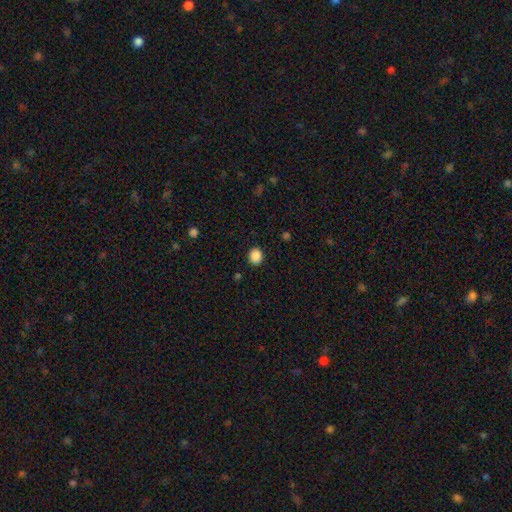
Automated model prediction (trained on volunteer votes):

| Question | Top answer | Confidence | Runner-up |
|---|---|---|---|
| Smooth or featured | smooth | 88% | star or artifact (10%) |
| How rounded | round | 71% | in between (28%) |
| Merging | none | 90% | minor disturbance (6%) |